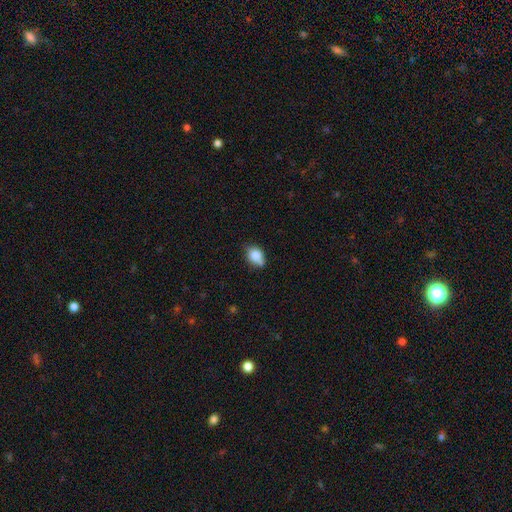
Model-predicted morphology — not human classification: This is clearly a smooth galaxy (82%). How rounded: possibly in between (57%). Merging: possibly none (54%).